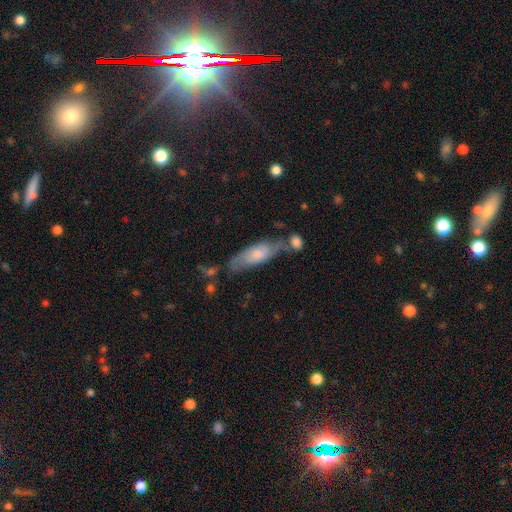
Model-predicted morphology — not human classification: Smooth or featured? smooth (57%)
How rounded? in between (53%)
Merging? none (49%)